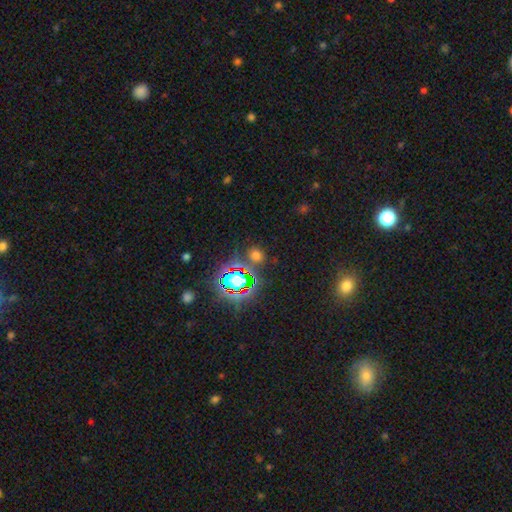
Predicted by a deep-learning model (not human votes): The model was most divided on "smooth or featured": smooth: 50%, star or artifact: 43%, featured or disk: 7%. More confident: merging — none (78%).